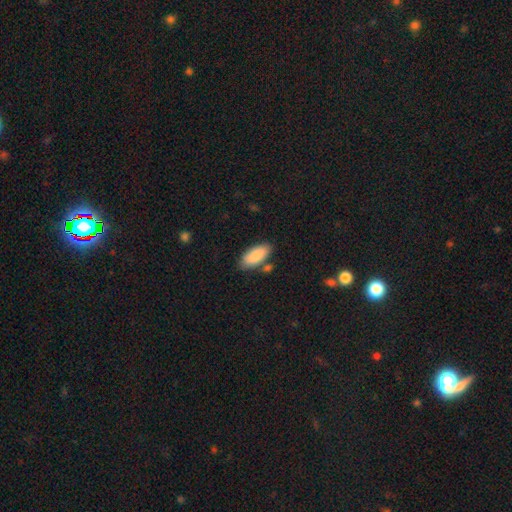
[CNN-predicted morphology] Overall: smooth (84%). How rounded: in between (87%). Merging: none (74%).